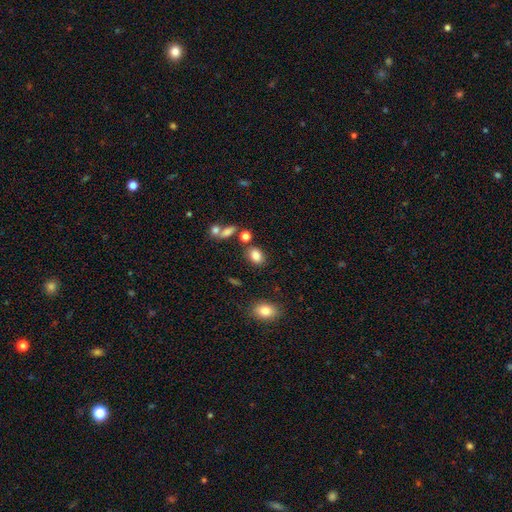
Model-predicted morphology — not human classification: The model was most divided on "how rounded": in between: 72%, round: 26%, cigar-shaped: 2%. More confident: smooth or featured — smooth (83%); merging — none (74%).